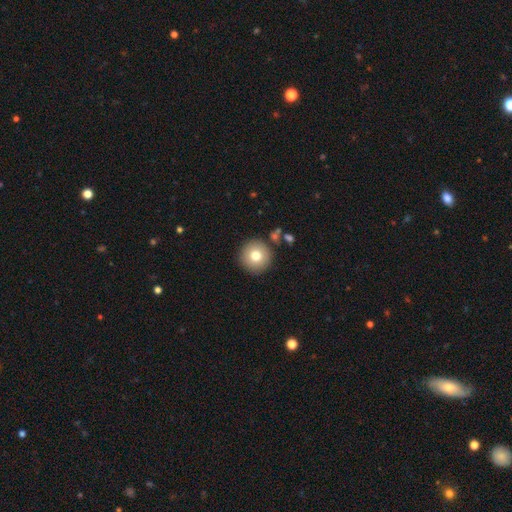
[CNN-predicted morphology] A smooth galaxy with no disk features (77%) that is round (95%).

Vote fractions:
- Smooth or featured? smooth: 77% / featured or disk: 13% / star or artifact: 10%
- How rounded? round: 95% / in between: 4% / cigar-shaped: 1%
- Merging? none: 87% / minor disturbance: 7% / merger: 4% / major disturbance: 2%